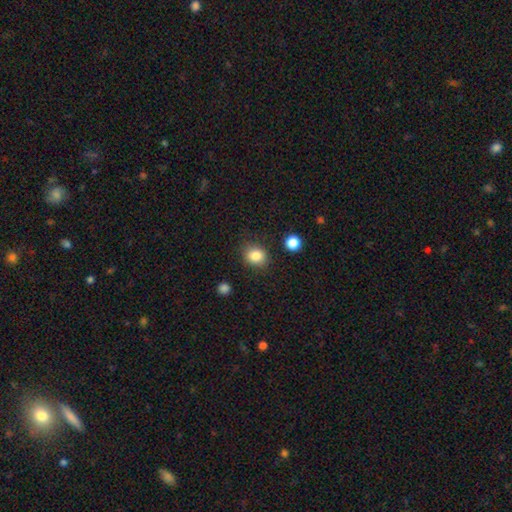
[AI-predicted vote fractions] Smooth or featured? Predicted: smooth (p=0.85). How rounded? Predicted: round (p=0.69). Merging? Predicted: none (p=0.83).